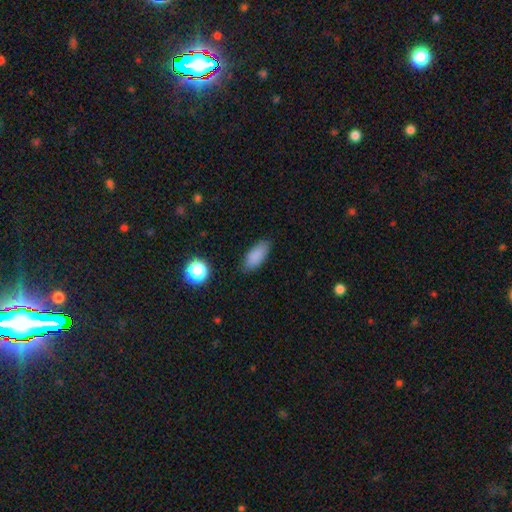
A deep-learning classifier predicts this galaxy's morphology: The model was most divided on "merging": none: 83%, minor disturbance: 13%, major disturbance: 3%, merger: 1%. More confident: how rounded — in between (87%); smooth or featured — smooth (86%).